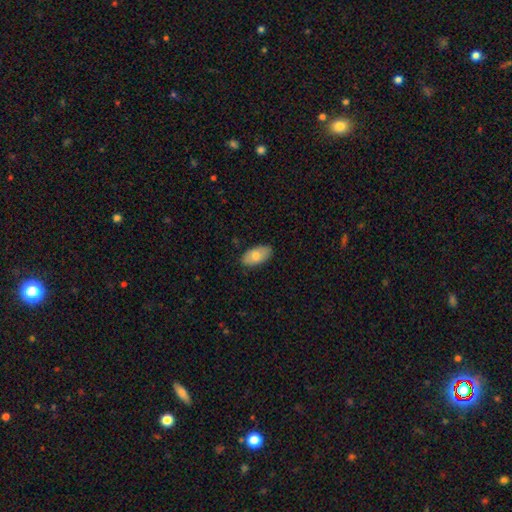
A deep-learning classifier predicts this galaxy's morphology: Overall: smooth (80%). How rounded: in between (94%). Merging: none (86%).